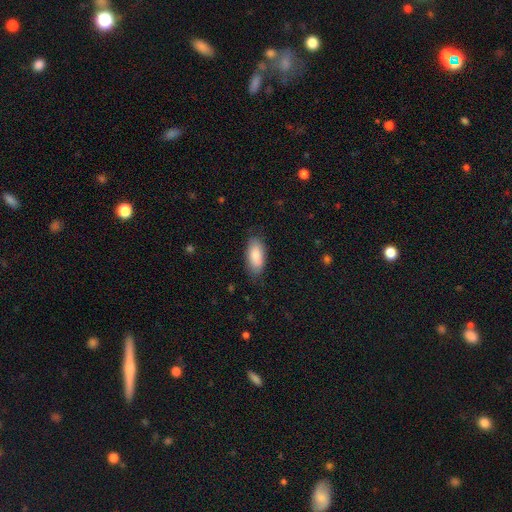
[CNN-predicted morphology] Overall: smooth (87%). How rounded: in between (87%). Merging: none (79%).